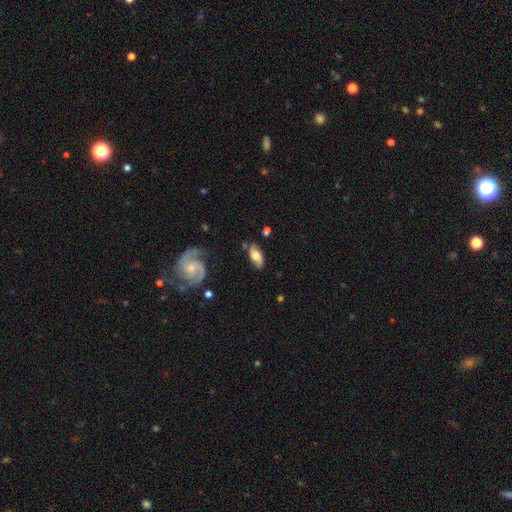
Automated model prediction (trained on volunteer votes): Smooth or featured?
  - featured or disk: 47% *
  - smooth: 46%
  - star or artifact: 7%
Merging?
  - none: 67% *
  - minor disturbance: 22%
  - major disturbance: 7%
  - merger: 4%